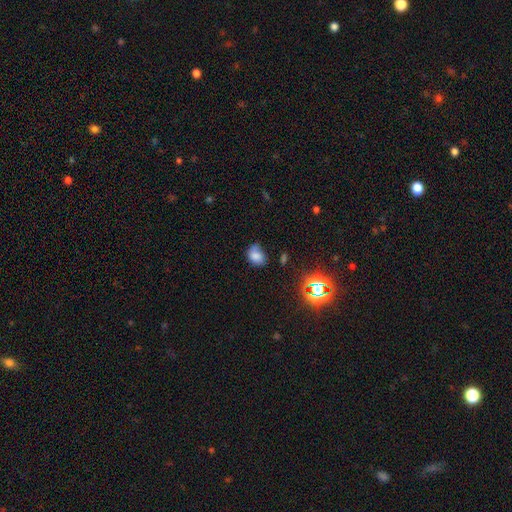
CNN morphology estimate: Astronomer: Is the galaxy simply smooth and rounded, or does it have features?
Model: smooth — 73%.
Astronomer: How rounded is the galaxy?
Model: in between — 67%.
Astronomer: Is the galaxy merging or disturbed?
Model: none — 41% (runner-up: minor disturbance, 36%).